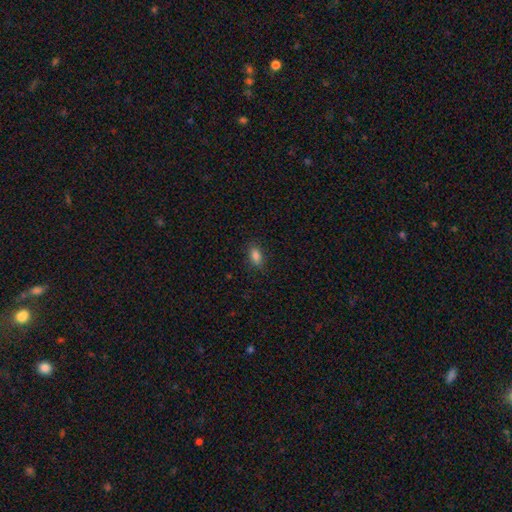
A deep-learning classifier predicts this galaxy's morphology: smooth 86%, star or artifact 9%, featured or disk 5%. Down the decision tree: how rounded — in between (88%); merging — none (86%).